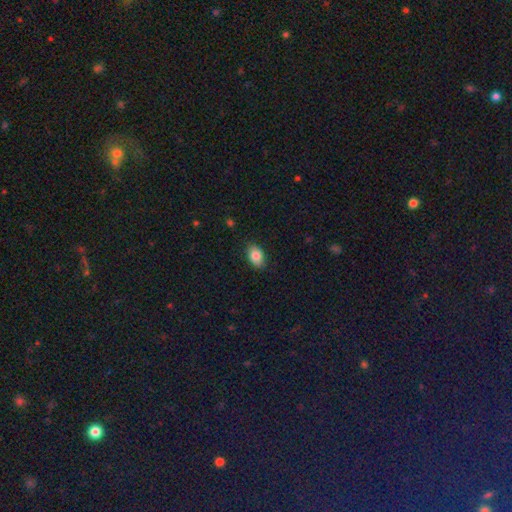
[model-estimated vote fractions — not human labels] This appears to be a smooth galaxy with no disk features (84%) that is in between round and cigar-shaped (87%). Merging: none (86%).